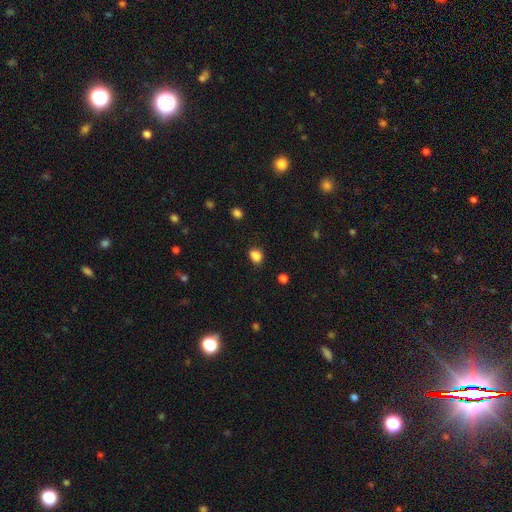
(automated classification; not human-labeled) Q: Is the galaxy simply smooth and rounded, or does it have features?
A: smooth — 85%.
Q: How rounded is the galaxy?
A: in between — 52%.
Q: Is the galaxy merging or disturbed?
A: none — 77%.